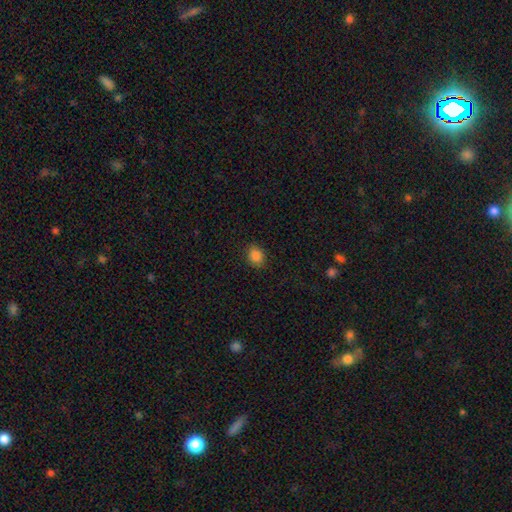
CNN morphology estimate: The model was most divided on "how rounded": round: 51%, in between: 47%, cigar-shaped: 1%. More confident: merging — none (85%); smooth or featured — smooth (85%).